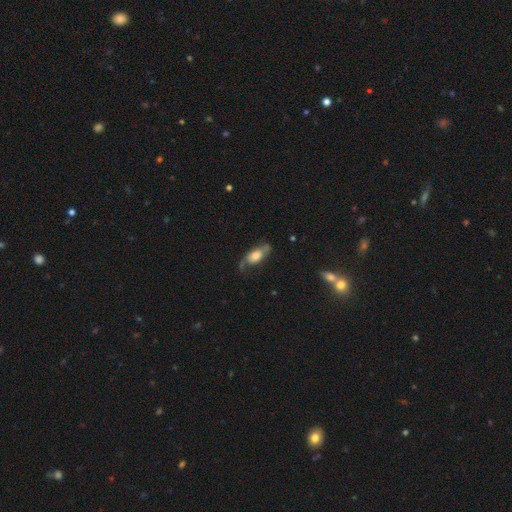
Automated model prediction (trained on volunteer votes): smooth 49%, featured or disk 44%, star or artifact 7%. Down the decision tree: merging — none (52%).